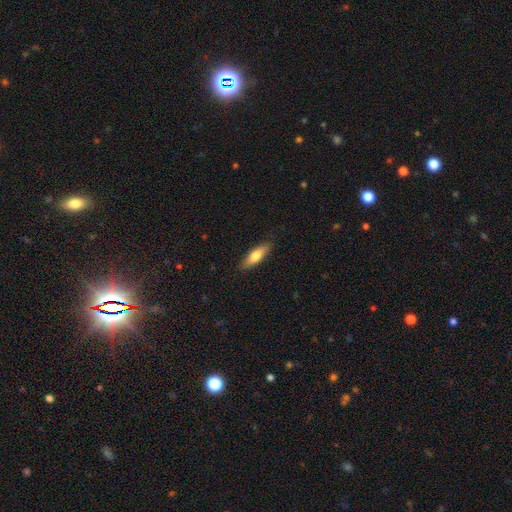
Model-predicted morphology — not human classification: Q: Smooth or featured?
A: smooth (71%); runner-up: featured or disk (23%)
Q: How rounded?
A: in between (51%); runner-up: cigar-shaped (47%)
Q: Merging?
A: none (86%); runner-up: minor disturbance (11%)